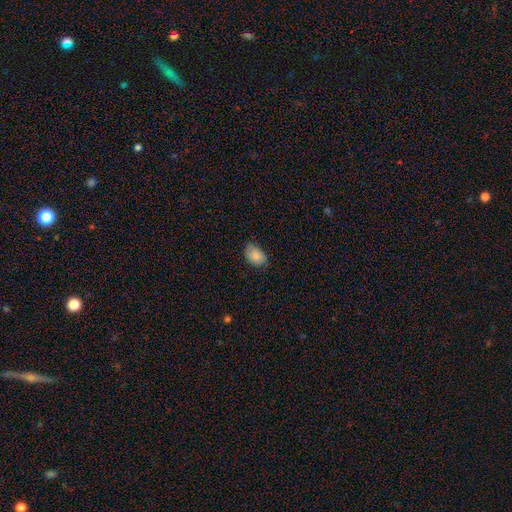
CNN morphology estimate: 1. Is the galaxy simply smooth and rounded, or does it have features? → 86% smooth, 7% star or artifact, 7% featured or disk.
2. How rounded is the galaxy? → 81% in between, 18% round, 1% cigar-shaped.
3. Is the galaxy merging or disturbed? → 73% none, 22% minor disturbance, 4% major disturbance, 1% merger.